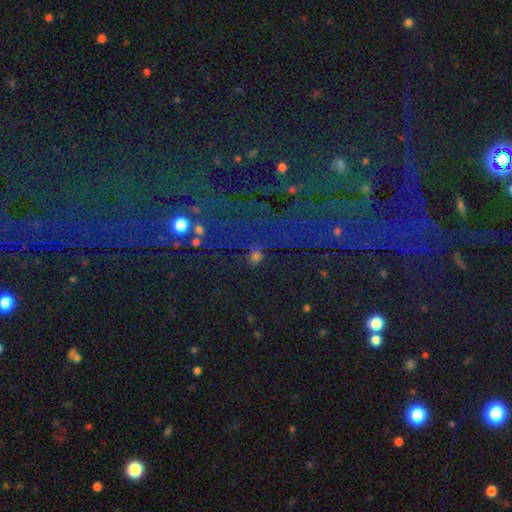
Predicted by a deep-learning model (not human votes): Overall: star or artifact (46%; smooth 44%).